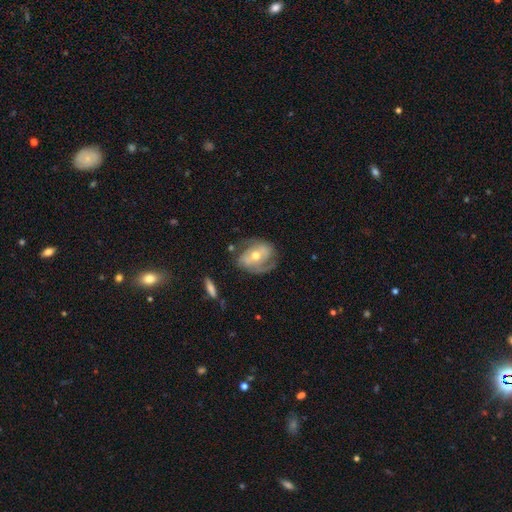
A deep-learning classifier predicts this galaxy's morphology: featured or disk 74%, smooth 20%, star or artifact 6%. Down the decision tree: edge-on disk — no (96%); bar — no (48%); spiral arms — yes (83%); spiral arm count — 2 (67%); spiral winding — medium (41%); bulge size — moderate (72%); merging — none (60%).